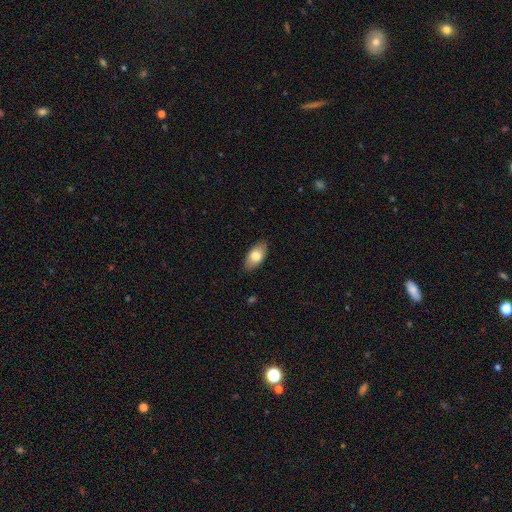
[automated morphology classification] Smooth or featured: smooth — 78% (featured or disk — 15%)
How rounded: in between — 92% (cigar-shaped — 4%)
Merging: none — 86% (minor disturbance — 11%)